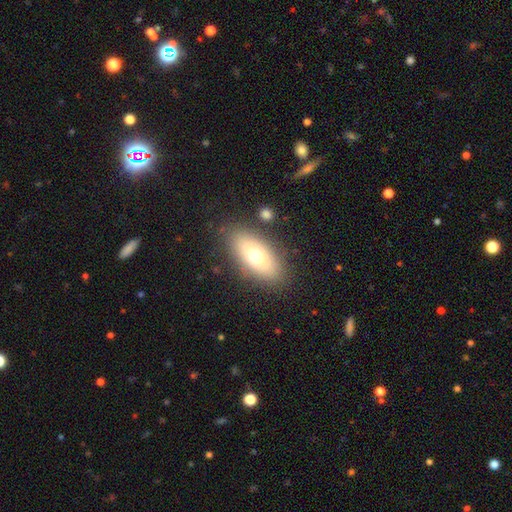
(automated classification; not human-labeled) This appears to be a smooth galaxy with no disk features (64%) that is in between round and cigar-shaped (82%). Merging: none (82%).